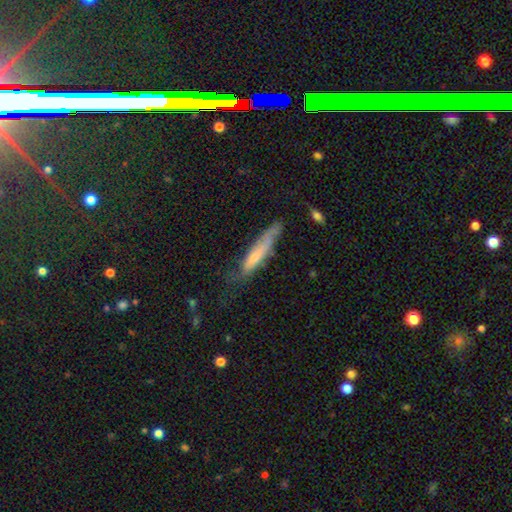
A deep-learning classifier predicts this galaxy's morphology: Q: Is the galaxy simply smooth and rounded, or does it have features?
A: smooth — 58%.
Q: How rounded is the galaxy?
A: cigar-shaped — 85%.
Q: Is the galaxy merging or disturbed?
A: none — 47%.